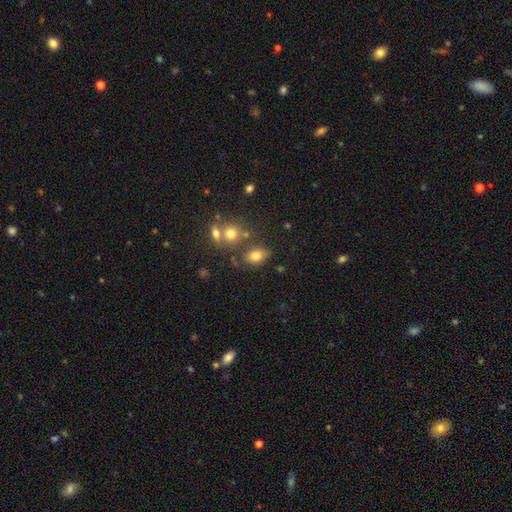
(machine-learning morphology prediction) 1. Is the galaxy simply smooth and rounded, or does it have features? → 77% smooth, 12% star or artifact, 10% featured or disk.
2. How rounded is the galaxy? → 77% in between, 21% round, 2% cigar-shaped.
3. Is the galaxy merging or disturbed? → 65% none, 15% minor disturbance, 14% merger, 5% major disturbance.